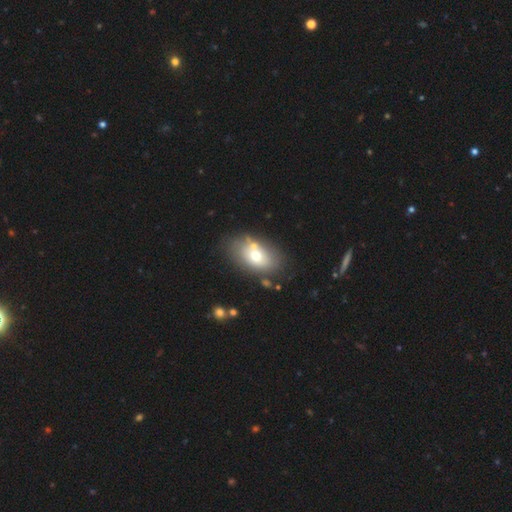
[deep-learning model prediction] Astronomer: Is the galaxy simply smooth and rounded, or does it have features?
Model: smooth — 65%.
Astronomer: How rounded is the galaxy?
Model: in between — 87%.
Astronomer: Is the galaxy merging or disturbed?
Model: none — 66%.